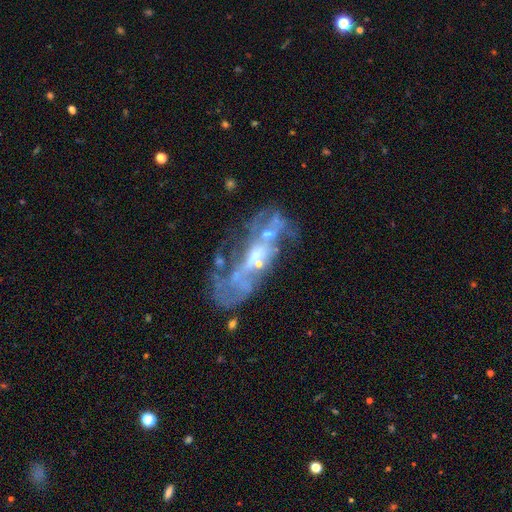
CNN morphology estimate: This appears to be a featured or disk galaxy (68%) with no bar (75%), no spiral arms (74%) and a small central bulge (38%). Merging: major disturbance (32%).